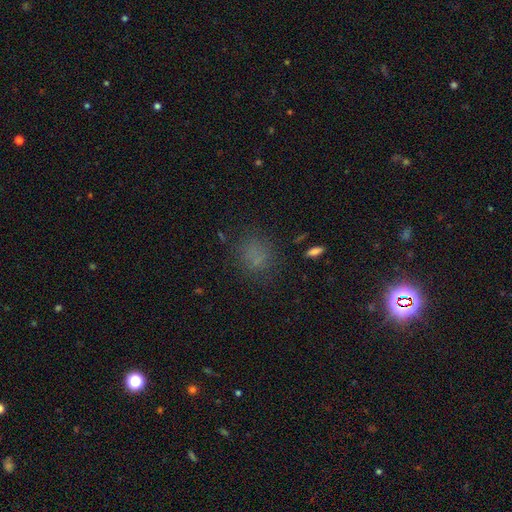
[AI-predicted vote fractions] This appears to be a smooth galaxy with no disk features (69%) that is round (67%). Merging: none (74%).